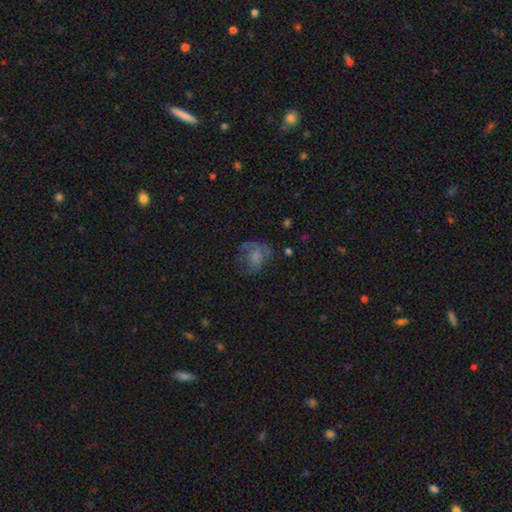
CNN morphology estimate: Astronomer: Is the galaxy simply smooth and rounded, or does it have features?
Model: smooth — 56%.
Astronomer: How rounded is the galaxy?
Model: in between — 53% (runner-up: round, 46%).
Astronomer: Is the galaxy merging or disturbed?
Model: none — 41% (runner-up: major disturbance, 32%).